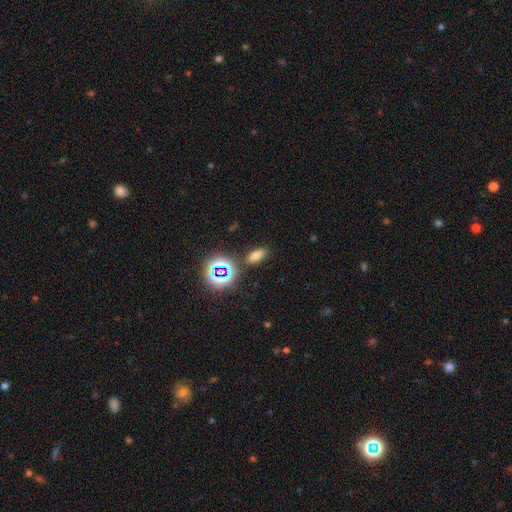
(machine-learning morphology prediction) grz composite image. It shows a smooth galaxy with no disk features (66%) that is in between round and cigar-shaped (79%). Merging: none (83%).